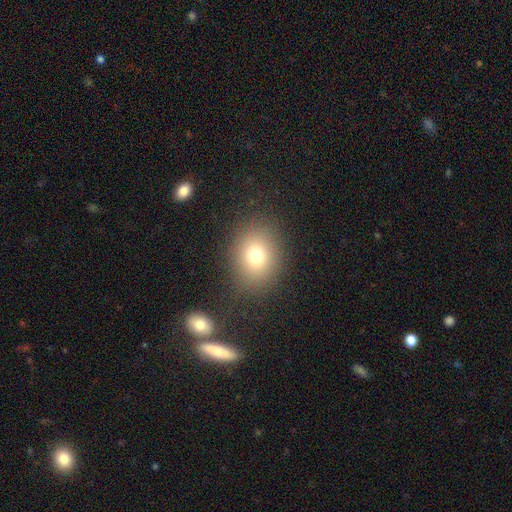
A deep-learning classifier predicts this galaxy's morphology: Smooth or featured: smooth — 75% (star or artifact — 14%)
How rounded: in between — 51% (round — 48%)
Merging: none — 82% (minor disturbance — 10%)